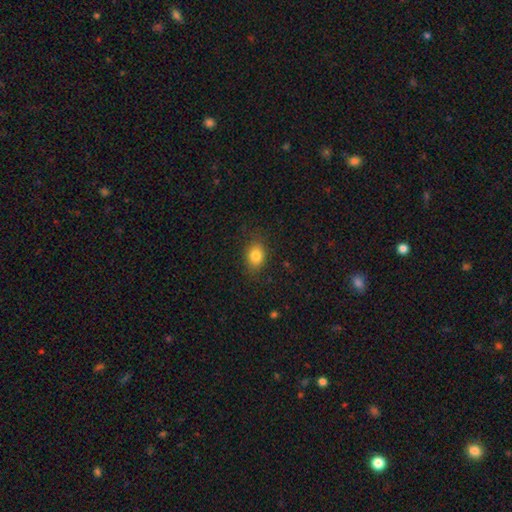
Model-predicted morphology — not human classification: Smooth or featured? Predicted: smooth (p=0.83). How rounded? Predicted: in between (p=0.60). Merging? Predicted: none (p=0.83).